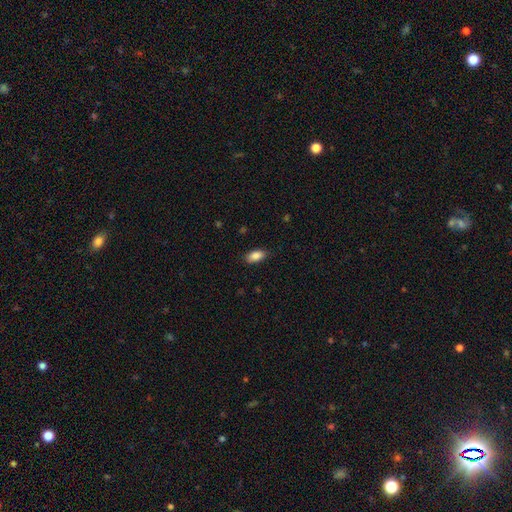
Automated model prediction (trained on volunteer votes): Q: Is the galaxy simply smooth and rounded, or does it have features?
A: smooth — 87%.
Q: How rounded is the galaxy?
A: in between — 91%.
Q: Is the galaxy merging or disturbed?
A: none — 84%.